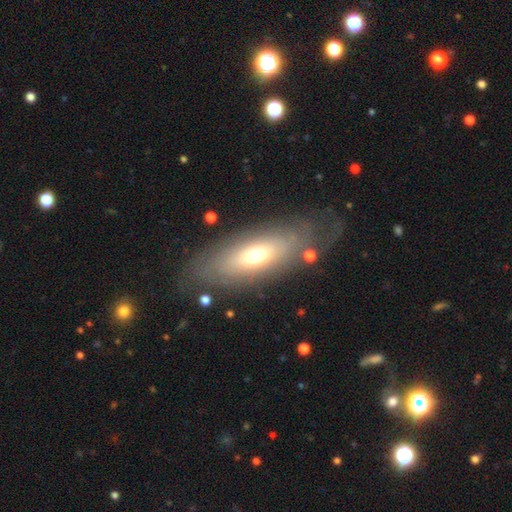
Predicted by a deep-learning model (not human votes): Smooth or featured? Predicted: featured or disk (p=0.49). Merging? Predicted: none (p=0.73).